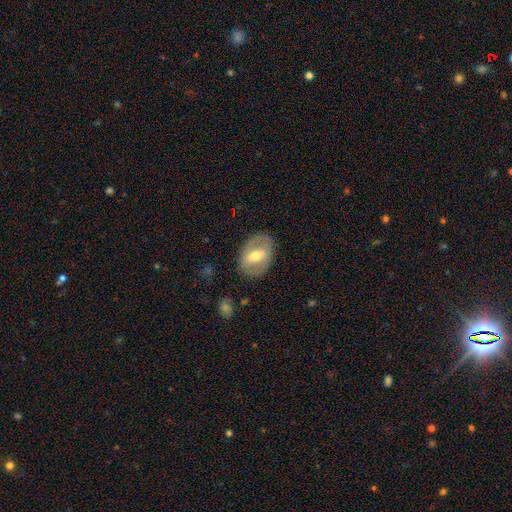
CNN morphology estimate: Smooth or featured? Predicted: featured or disk (p=0.55). Edge-on disk? Predicted: no (p=0.91). Merging? Predicted: none (p=0.82).